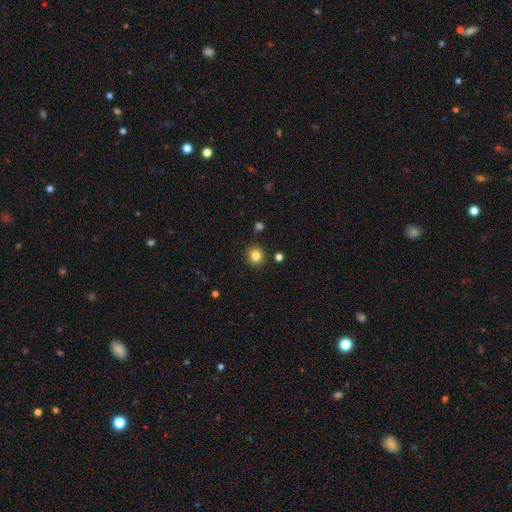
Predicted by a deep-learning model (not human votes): Overall: smooth (83%). How rounded: round (88%). Merging: none (89%).